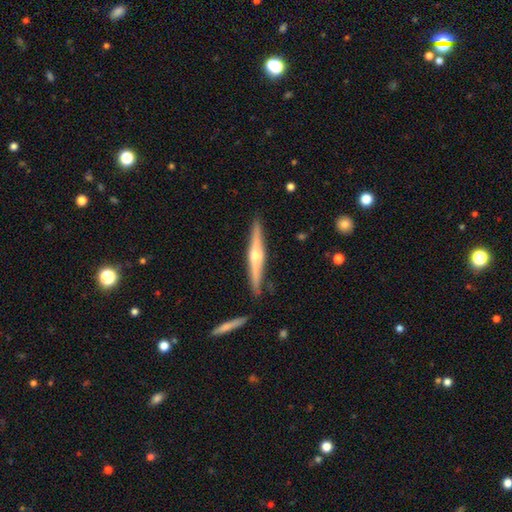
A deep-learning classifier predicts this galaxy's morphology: A featured or disk galaxy (77%) viewed edge-on (98%) with a rounded central bulge (92%). Merging: none (89%).